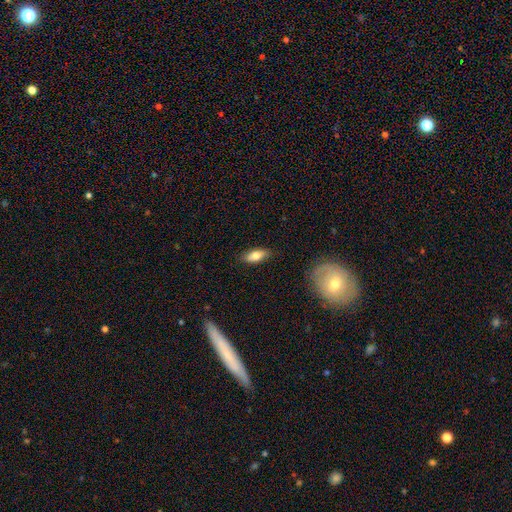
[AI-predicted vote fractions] This is likely a smooth galaxy (74%). How rounded: likely in between (79%). Merging: clearly none (84%).